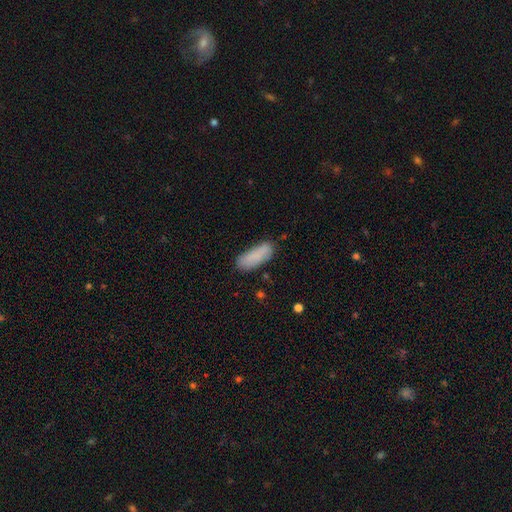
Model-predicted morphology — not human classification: This appears to be a smooth galaxy with no disk features (85%) that is in between round and cigar-shaped (62%). Merging: none (76%).